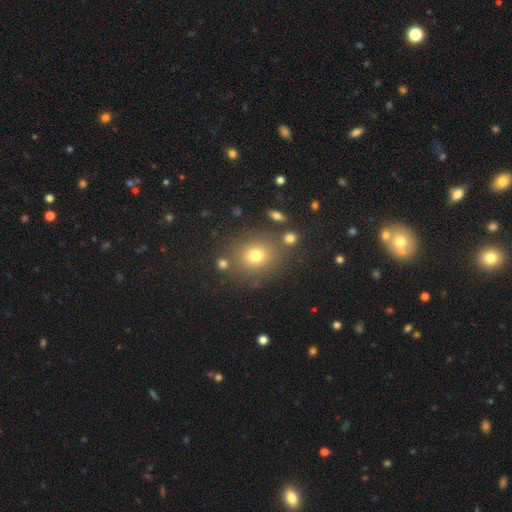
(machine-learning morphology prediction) smooth 74%, star or artifact 16%, featured or disk 10%. Down the decision tree: how rounded — round (75%); merging — none (78%).